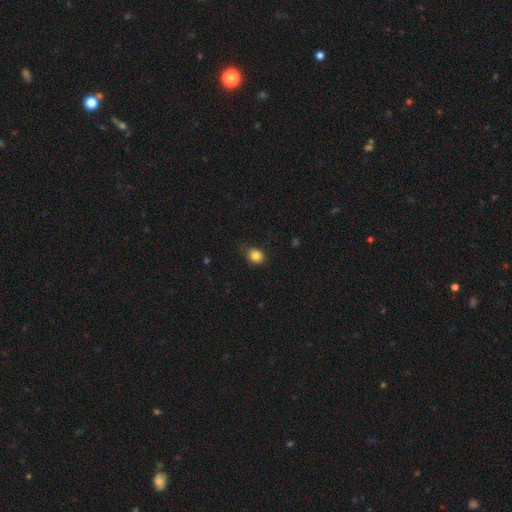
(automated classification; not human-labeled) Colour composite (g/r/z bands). It shows a smooth galaxy with no disk features (84%) that is round (73%). Merging: none (81%).